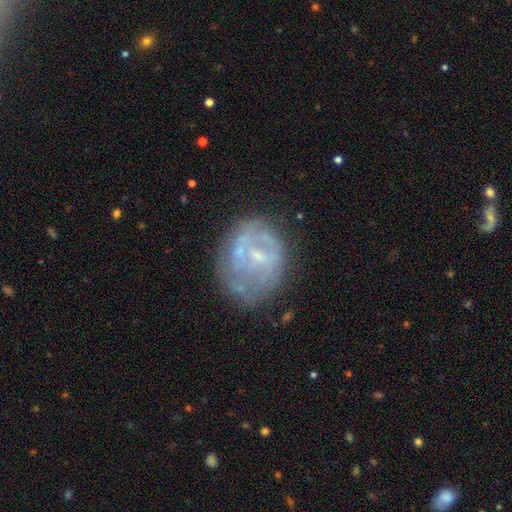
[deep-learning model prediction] Overall: featured or disk (65%; smooth 26%). Edge-on disk: no (98%). Bar: no (52%; weak 38%). Spiral arms: no (61%; yes 39%). Bulge size: small (53%; moderate 23%). Merging: none (57%; minor disturbance 22%).